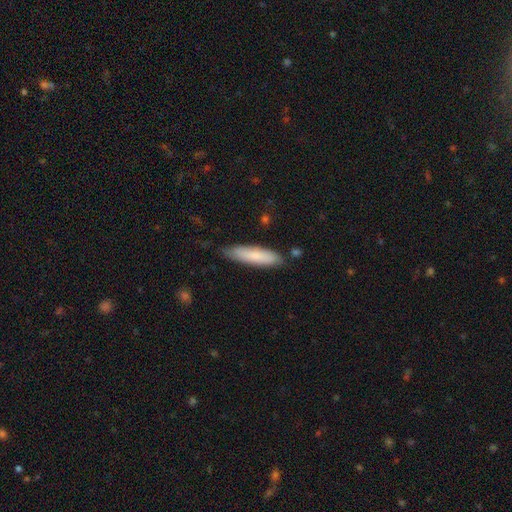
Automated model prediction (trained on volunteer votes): A smooth galaxy with no disk features (80%) that is cigar-shaped (77%).

Vote fractions:
- Smooth or featured? smooth: 80% / featured or disk: 14% / star or artifact: 6%
- How rounded? cigar-shaped: 77% / in between: 22% / round: 1%
- Merging? none: 76% / minor disturbance: 19% / major disturbance: 3% / merger: 2%